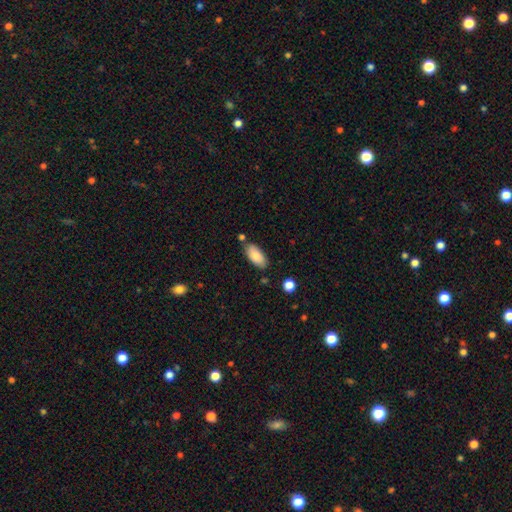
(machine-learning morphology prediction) Smooth or featured: smooth — 84% (featured or disk — 9%)
How rounded: in between — 90% (cigar-shaped — 9%)
Merging: none — 77% (minor disturbance — 14%)